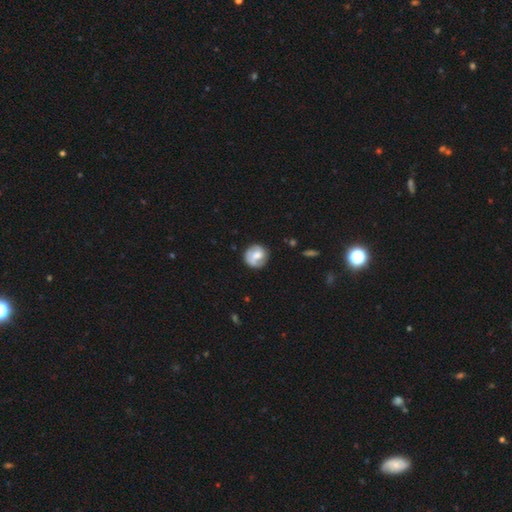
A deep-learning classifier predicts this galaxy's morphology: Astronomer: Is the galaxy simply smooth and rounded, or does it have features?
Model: smooth — 52% (runner-up: featured or disk, 42%).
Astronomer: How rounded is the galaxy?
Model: round — 87%.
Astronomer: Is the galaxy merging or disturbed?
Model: none — 70%.